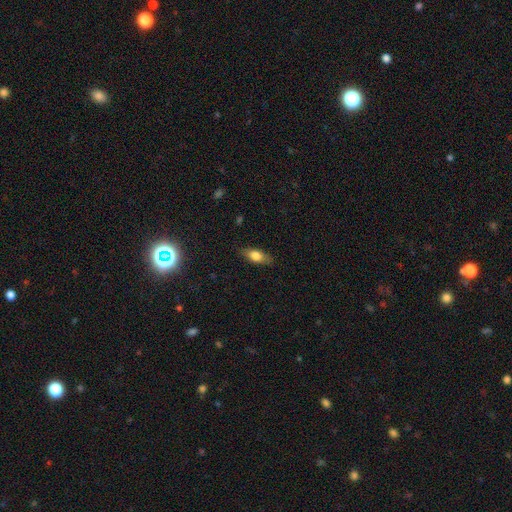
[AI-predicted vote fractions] The model was most divided on "smooth or featured": smooth: 72%, featured or disk: 21%, star or artifact: 8%. More confident: merging — none (84%); how rounded — in between (75%).